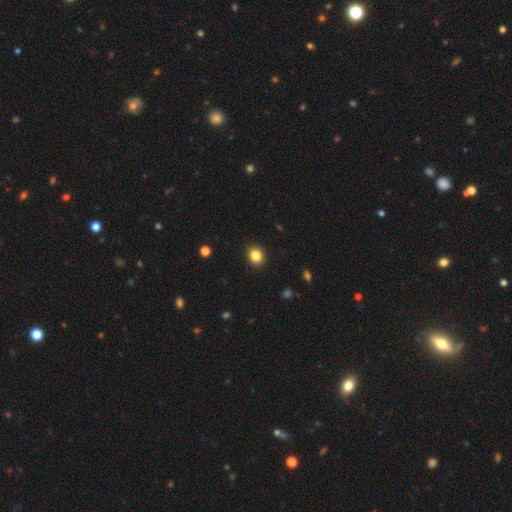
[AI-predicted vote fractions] Morphology: type=smooth (84%); roundness=round (70%); merging=none (91%).